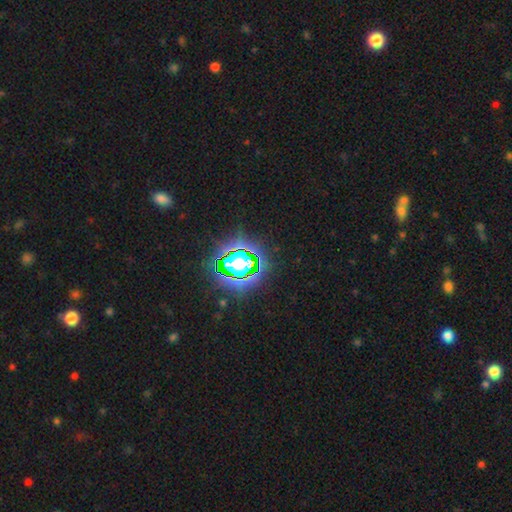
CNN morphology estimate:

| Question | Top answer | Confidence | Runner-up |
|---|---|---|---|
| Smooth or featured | star or artifact | 83% | smooth (11%) |